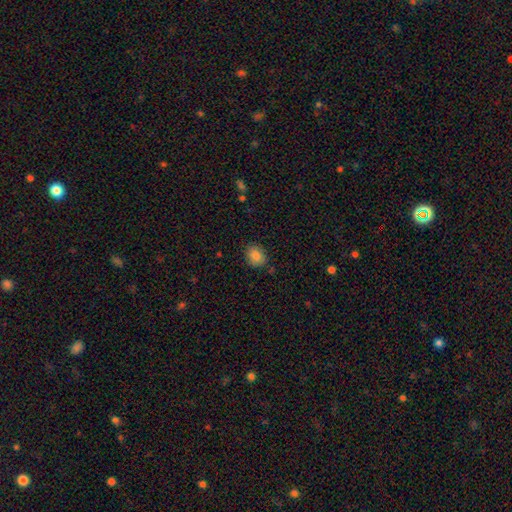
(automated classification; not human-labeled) This appears to be a smooth galaxy with no disk features (86%) that is in between round and cigar-shaped (55%). Merging: none (83%).